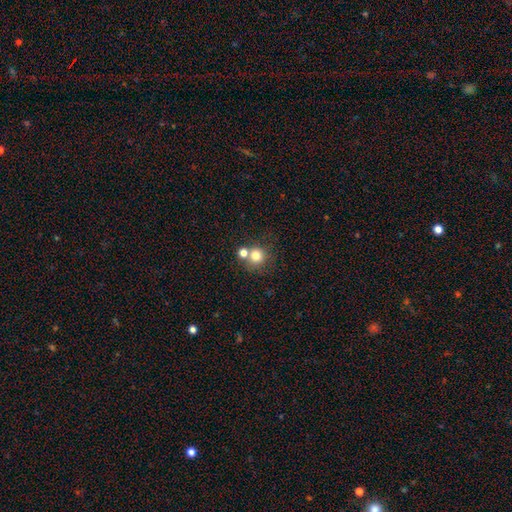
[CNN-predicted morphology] smooth 77%, star or artifact 13%, featured or disk 10%. Down the decision tree: how rounded — round (91%); merging — none (58%).